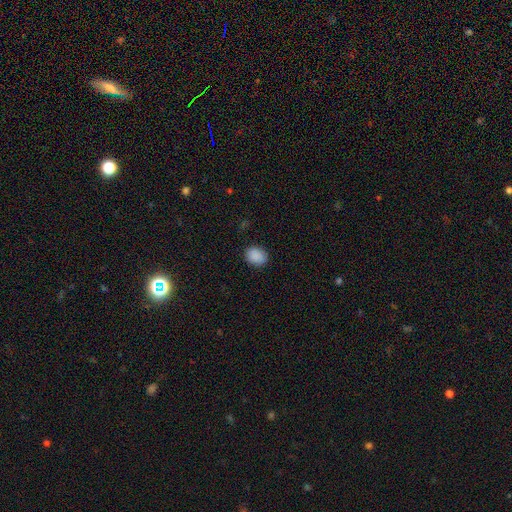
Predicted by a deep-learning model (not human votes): This appears to be a smooth galaxy with no disk features (89%) that is in between round and cigar-shaped (57%). Merging: none (86%).